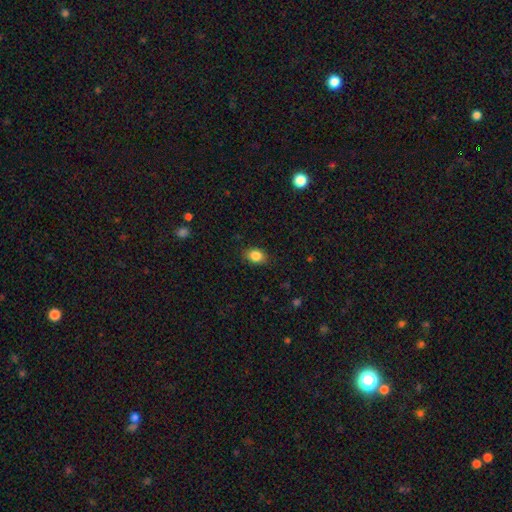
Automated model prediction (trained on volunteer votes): smooth_or_featured: smooth (p=0.86) [alt: star or artifact p=0.09]
how_rounded: in between (p=0.71) [alt: round p=0.28]
merging: none (p=0.86) [alt: minor disturbance p=0.11]